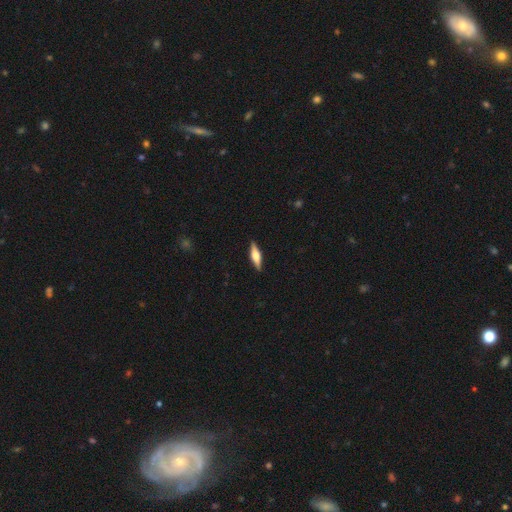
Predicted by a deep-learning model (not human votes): Smooth or featured?
  - featured or disk: 59% *
  - smooth: 35%
  - star or artifact: 6%
Edge-on disk?
  - yes: 97% *
  - no: 3%
Edge-on bulge?
  - rounded: 82% *
  - boxy: 16%
  - none: 3%
Merging?
  - none: 90% *
  - minor disturbance: 8%
  - major disturbance: 2%
  - merger: 1%